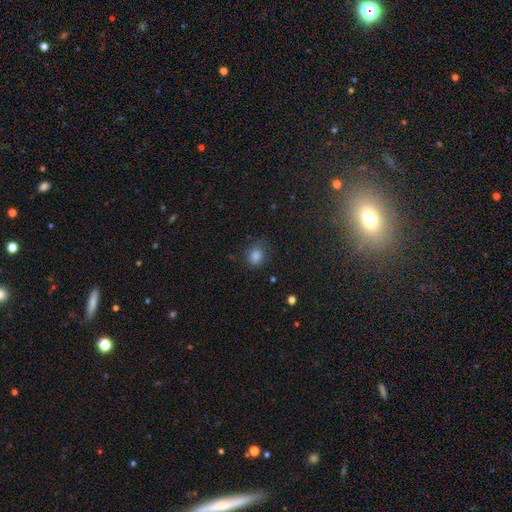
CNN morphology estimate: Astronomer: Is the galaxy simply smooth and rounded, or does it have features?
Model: smooth — 80%.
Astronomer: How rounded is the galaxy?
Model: round — 61% (runner-up: in between, 38%).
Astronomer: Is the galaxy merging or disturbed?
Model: none — 68%.